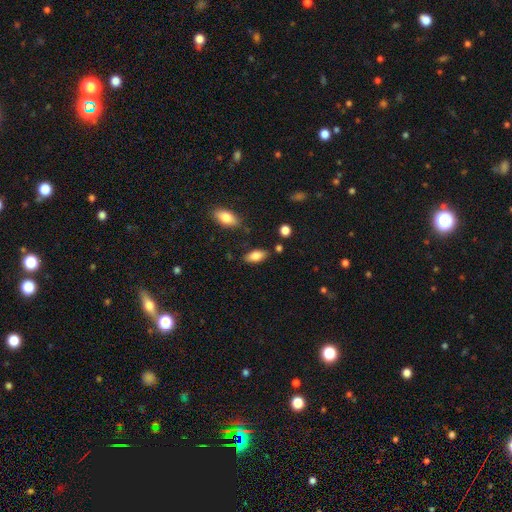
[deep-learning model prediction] Smooth or featured? smooth (84%)
How rounded? in between (90%)
Merging? none (78%)